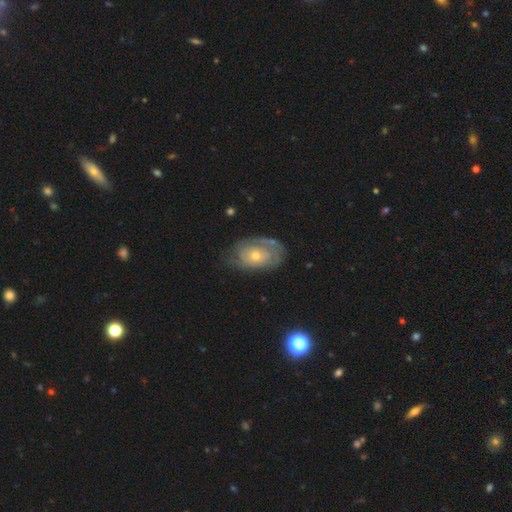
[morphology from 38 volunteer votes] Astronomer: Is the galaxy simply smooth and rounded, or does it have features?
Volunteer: featured or disk — 82%.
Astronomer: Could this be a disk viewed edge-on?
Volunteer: no — 97%.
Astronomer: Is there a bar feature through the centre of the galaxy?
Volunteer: no — 83%.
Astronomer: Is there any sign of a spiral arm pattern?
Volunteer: yes — 67%.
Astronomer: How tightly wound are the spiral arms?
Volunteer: tight — 80%.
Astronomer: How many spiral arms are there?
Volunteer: can't tell — 60%.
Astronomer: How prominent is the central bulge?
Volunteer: small — 57% (runner-up: moderate, 43%).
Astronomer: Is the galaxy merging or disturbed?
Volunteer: none — 59%.